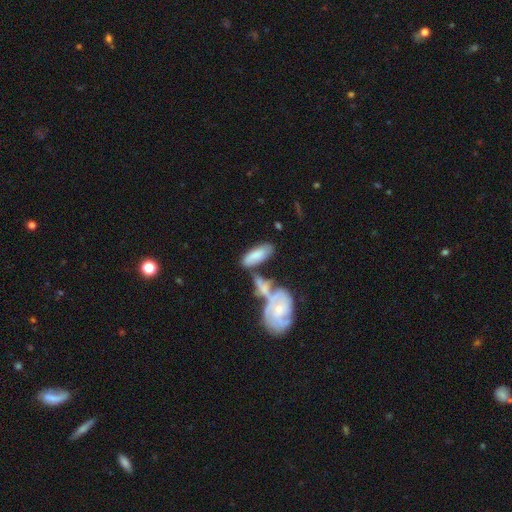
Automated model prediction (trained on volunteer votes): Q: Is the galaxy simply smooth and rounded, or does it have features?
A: smooth — 68%.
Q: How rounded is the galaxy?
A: in between — 72%.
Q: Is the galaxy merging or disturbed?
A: none — 40%.